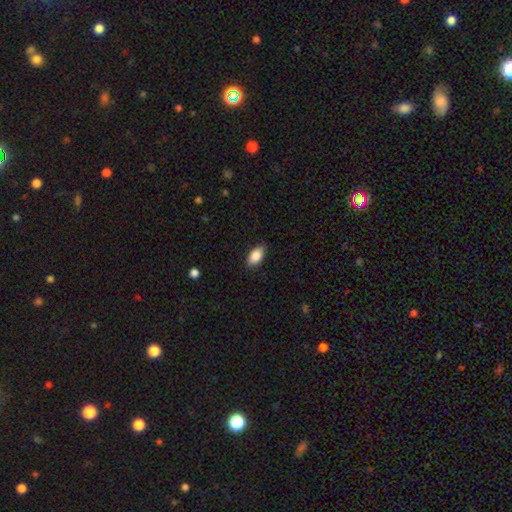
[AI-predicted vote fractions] Smooth or featured? Predicted: smooth (p=0.87). How rounded? Predicted: in between (p=0.91). Merging? Predicted: none (p=0.85).